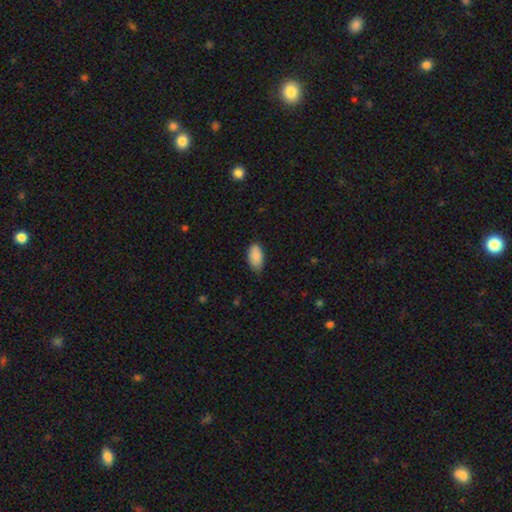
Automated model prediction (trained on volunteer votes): Q: Smooth or featured?
A: smooth (89%); runner-up: star or artifact (7%)
Q: How rounded?
A: in between (94%); runner-up: cigar-shaped (3%)
Q: Merging?
A: none (76%); runner-up: minor disturbance (20%)